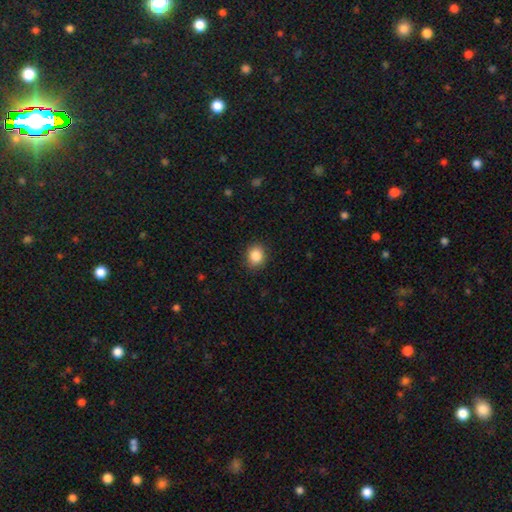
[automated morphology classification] Smooth or featured: smooth — 87% (star or artifact — 9%)
How rounded: round — 74% (in between — 25%)
Merging: none — 87% (minor disturbance — 9%)